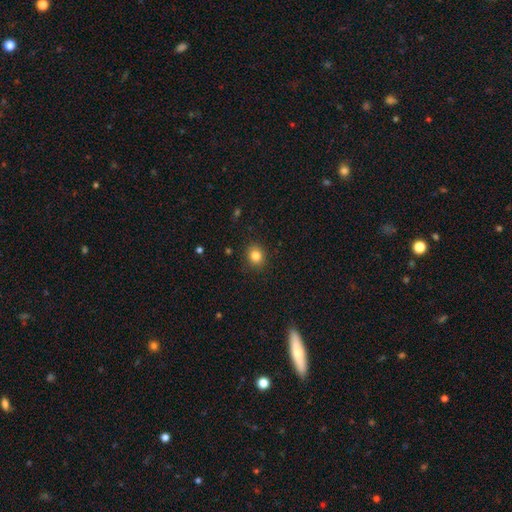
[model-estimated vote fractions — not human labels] Q: Smooth or featured?
A: smooth (83%); runner-up: star or artifact (11%)
Q: How rounded?
A: round (74%); runner-up: in between (26%)
Q: Merging?
A: none (89%); runner-up: minor disturbance (8%)